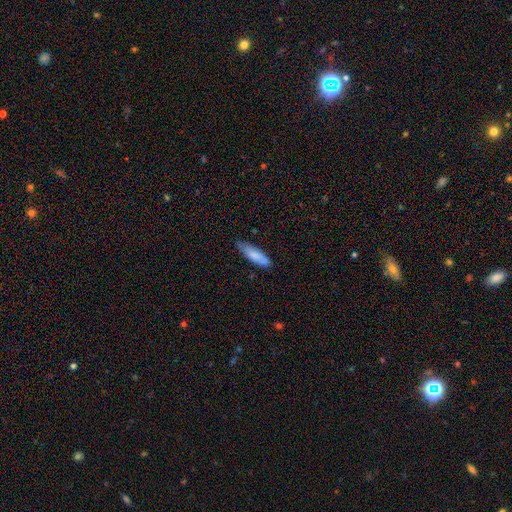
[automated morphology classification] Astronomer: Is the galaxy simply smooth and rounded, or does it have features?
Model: smooth — 83%.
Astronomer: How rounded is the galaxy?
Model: cigar-shaped — 54% (runner-up: in between, 45%).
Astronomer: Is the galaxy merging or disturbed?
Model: none — 73%.